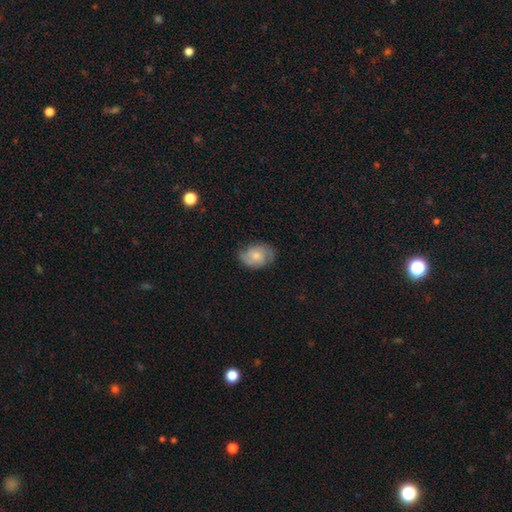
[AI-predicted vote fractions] smooth 48%, featured or disk 44%, star or artifact 7%. Down the decision tree: merging — none (70%).